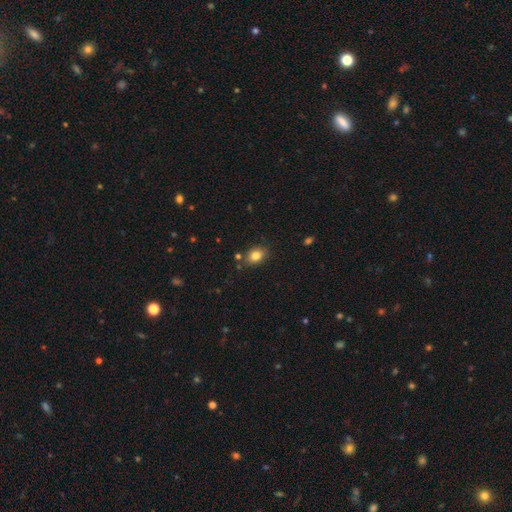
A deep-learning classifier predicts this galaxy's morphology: Smooth or featured? smooth (82%)
How rounded? in between (69%)
Merging? none (80%)